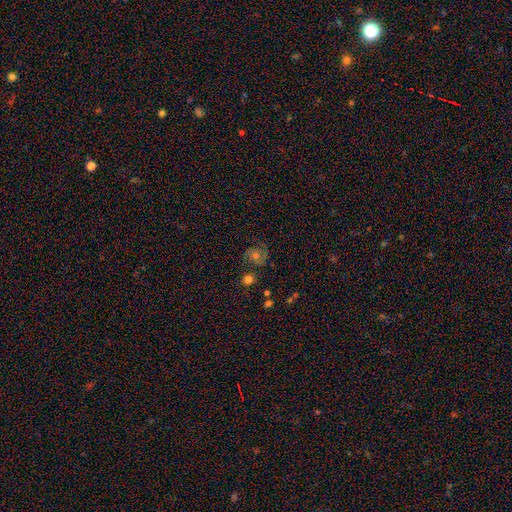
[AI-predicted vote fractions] Smooth or featured? featured or disk (70%)
Edge-on disk? no (98%)
Bar? no (66%)
Spiral arms? yes (95%)
Spiral winding? medium (53%)
Spiral arm count? 2 (75%)
Bulge size? moderate (56%)
Merging? none (76%)